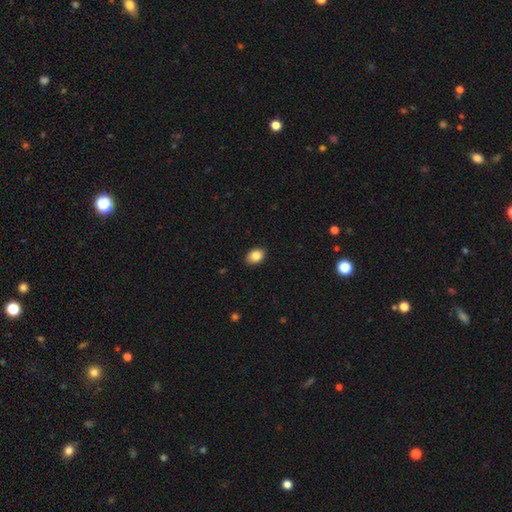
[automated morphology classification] This is clearly a smooth galaxy (85%). How rounded: likely in between (76%). Merging: clearly none (88%).